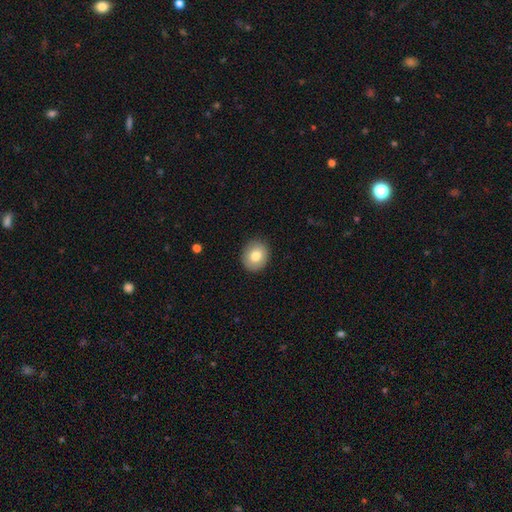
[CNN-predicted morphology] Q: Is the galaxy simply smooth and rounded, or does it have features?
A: smooth — 81%.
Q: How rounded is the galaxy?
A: round — 74%.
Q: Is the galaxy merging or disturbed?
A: none — 90%.